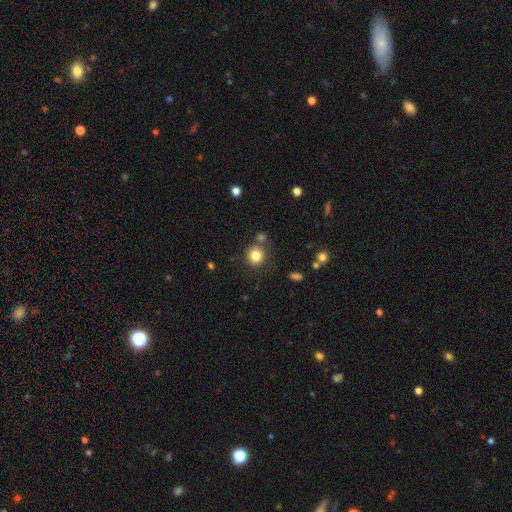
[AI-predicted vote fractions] Q: Smooth or featured?
A: smooth (82%); runner-up: star or artifact (11%)
Q: How rounded?
A: round (90%); runner-up: in between (9%)
Q: Merging?
A: none (78%); runner-up: minor disturbance (9%)